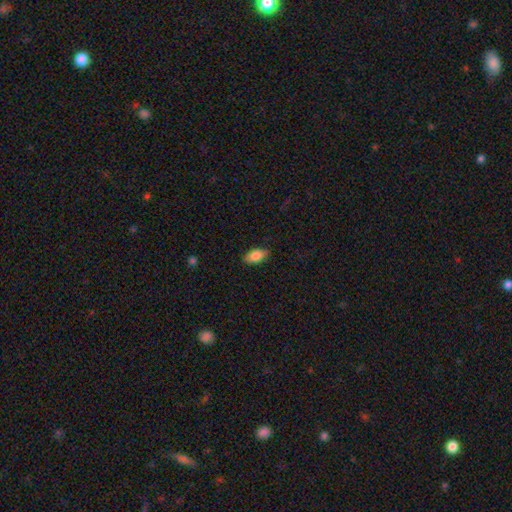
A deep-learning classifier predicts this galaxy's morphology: smooth-or-featured: smooth: 83% | featured or disk: 10% | star or artifact: 7%
  how-rounded: in between: 91% | cigar-shaped: 6% | round: 3%
  merging: none: 85% | minor disturbance: 12% | major disturbance: 2% | merger: 1%